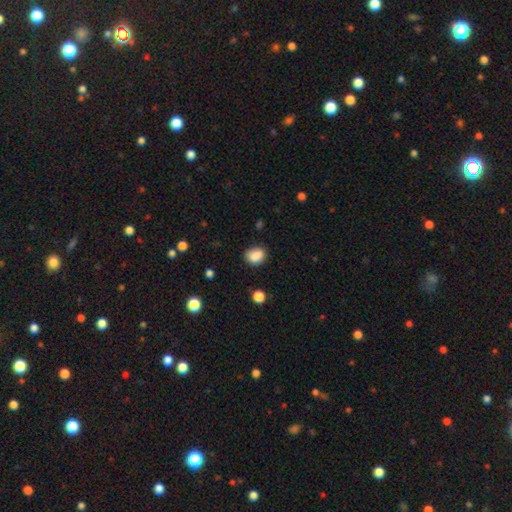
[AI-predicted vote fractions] The model was most divided on "how rounded": in between: 56%, round: 43%, cigar-shaped: 1%. More confident: smooth or featured — smooth (87%); merging — none (79%).